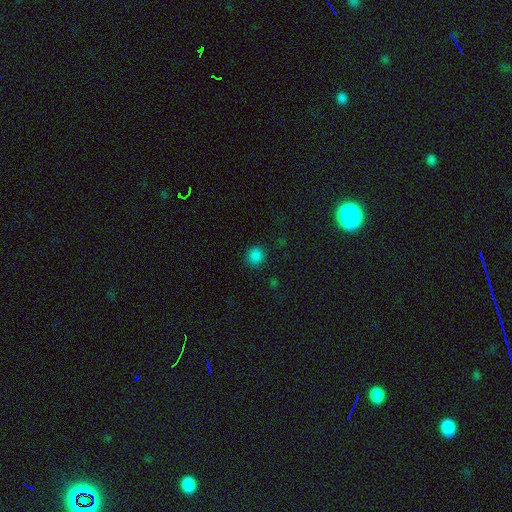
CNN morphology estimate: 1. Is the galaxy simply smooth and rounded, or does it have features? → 83% smooth, 14% star or artifact, 3% featured or disk.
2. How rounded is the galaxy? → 83% round, 16% in between, 1% cigar-shaped.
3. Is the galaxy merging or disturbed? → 88% none, 8% minor disturbance, 2% major disturbance, 1% merger.